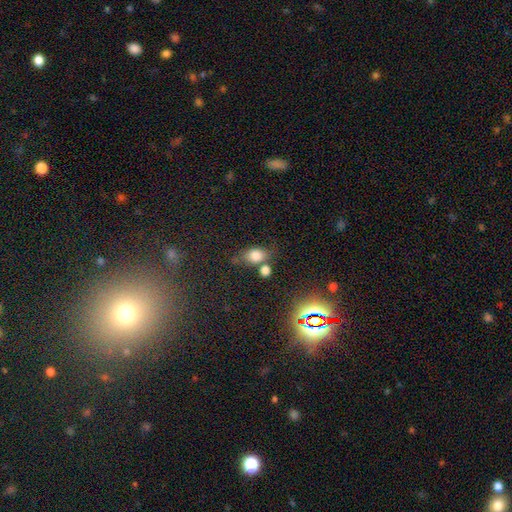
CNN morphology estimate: smooth-or-featured: smooth: 75% | star or artifact: 15% | featured or disk: 10%
  how-rounded: in between: 66% | round: 31% | cigar-shaped: 3%
  merging: none: 53% | merger: 21% | minor disturbance: 18% | major disturbance: 8%